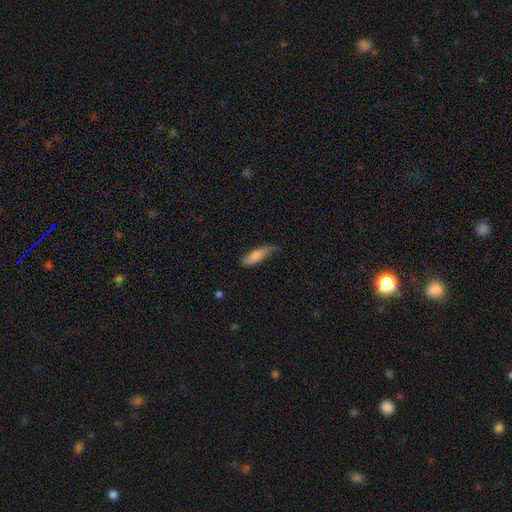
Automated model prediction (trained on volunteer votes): Smooth or featured: smooth — 75% (featured or disk — 19%)
How rounded: cigar-shaped — 61% (in between — 37%)
Merging: none — 71% (minor disturbance — 23%)